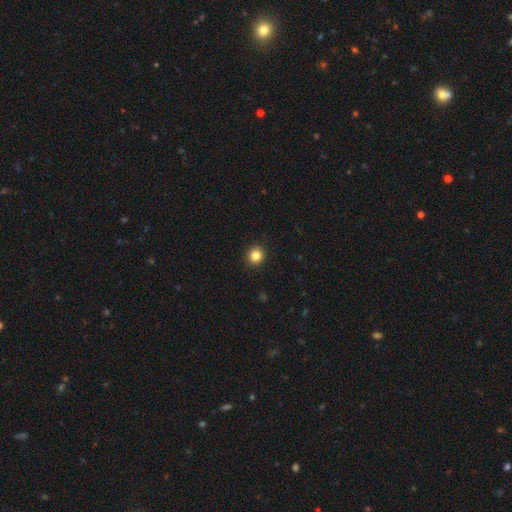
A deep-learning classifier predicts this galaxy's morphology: smooth 84%, star or artifact 11%, featured or disk 5%. Down the decision tree: how rounded — round (89%); merging — none (92%).